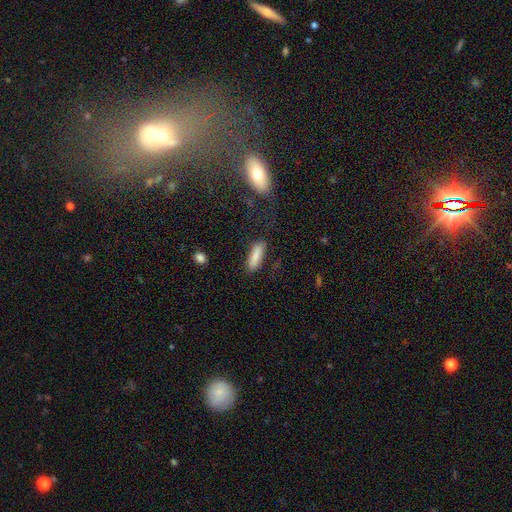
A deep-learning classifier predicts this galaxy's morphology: This is clearly a smooth galaxy (85%). How rounded: possibly cigar-shaped (56%). Merging: clearly none (85%).